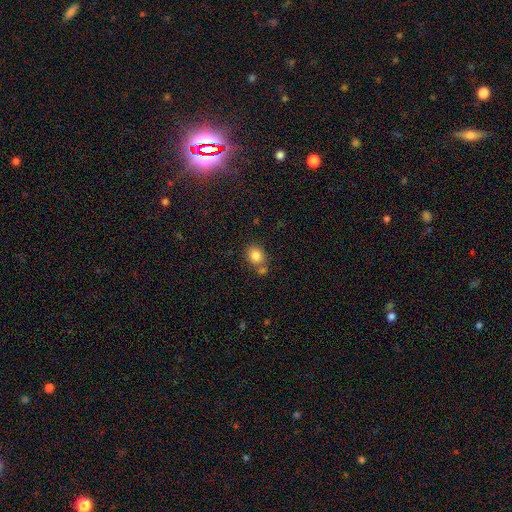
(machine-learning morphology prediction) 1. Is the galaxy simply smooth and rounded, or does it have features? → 83% smooth, 10% star or artifact, 8% featured or disk.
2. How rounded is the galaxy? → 61% round, 38% in between, 1% cigar-shaped.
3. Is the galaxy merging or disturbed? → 59% none, 25% merger, 13% minor disturbance, 4% major disturbance.